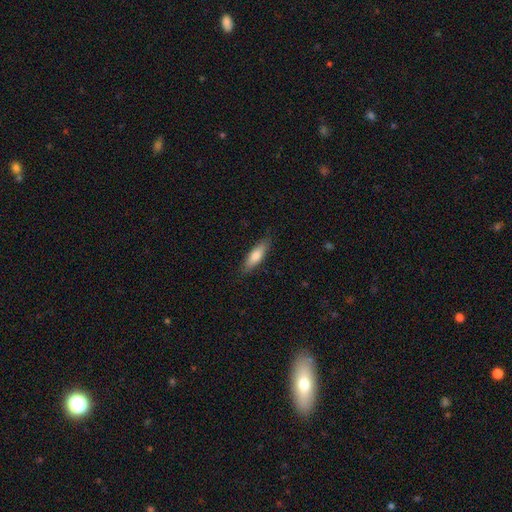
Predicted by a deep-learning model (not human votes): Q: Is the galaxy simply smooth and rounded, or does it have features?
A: smooth — 74%.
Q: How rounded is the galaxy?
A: cigar-shaped — 53%.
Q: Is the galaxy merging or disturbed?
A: none — 85%.